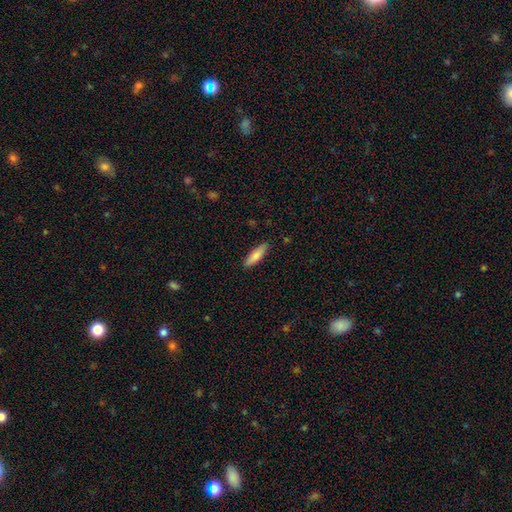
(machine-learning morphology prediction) Overall: smooth (81%). How rounded: cigar-shaped (55%; in between 43%). Merging: none (85%).